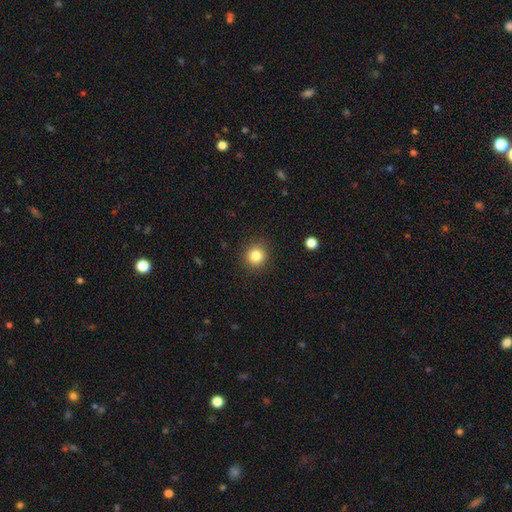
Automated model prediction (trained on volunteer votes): Q: Smooth or featured?
A: smooth (83%); runner-up: star or artifact (11%)
Q: How rounded?
A: round (92%); runner-up: in between (7%)
Q: Merging?
A: none (91%); runner-up: minor disturbance (6%)